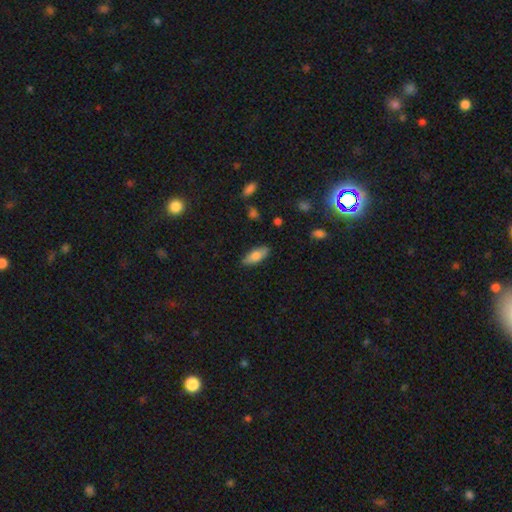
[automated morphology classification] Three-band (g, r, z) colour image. It shows a smooth galaxy with no disk features (78%) that is in between round and cigar-shaped (79%). Merging: none (86%).